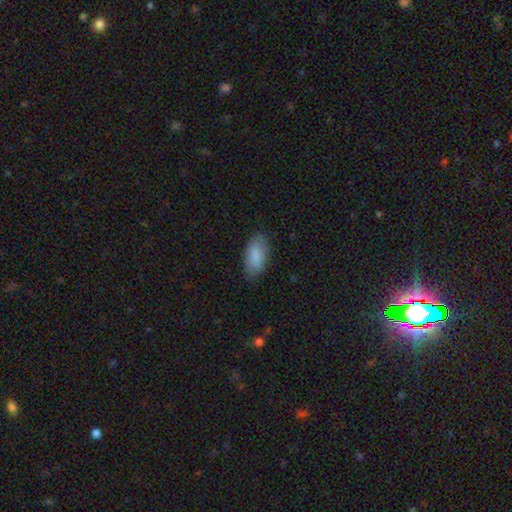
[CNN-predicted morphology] smooth_or_featured: smooth (p=0.86) [alt: featured or disk p=0.08]
how_rounded: in between (p=0.92) [alt: cigar-shaped p=0.06]
merging: none (p=0.82) [alt: minor disturbance p=0.14]